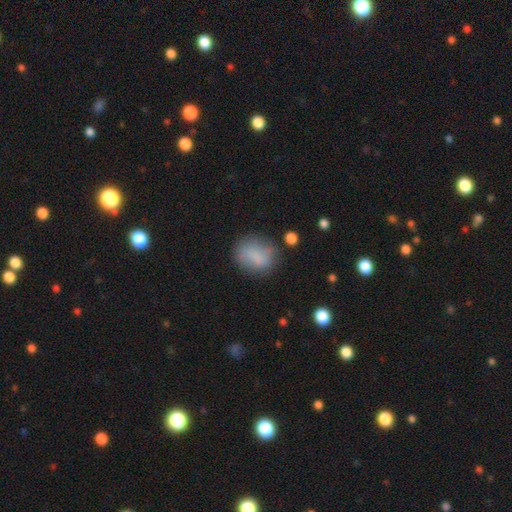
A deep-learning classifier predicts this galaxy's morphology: A smooth galaxy with no disk features (75%) that is in between round and cigar-shaped (57%). Merging: none (61%).